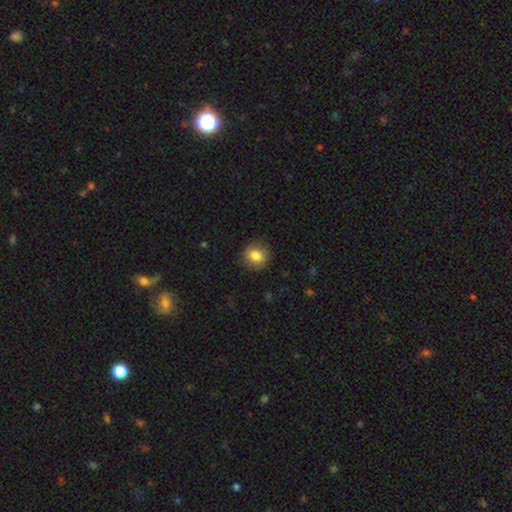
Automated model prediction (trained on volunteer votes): A smooth galaxy with no disk features (83%) that is round (70%). Merging: none (84%).